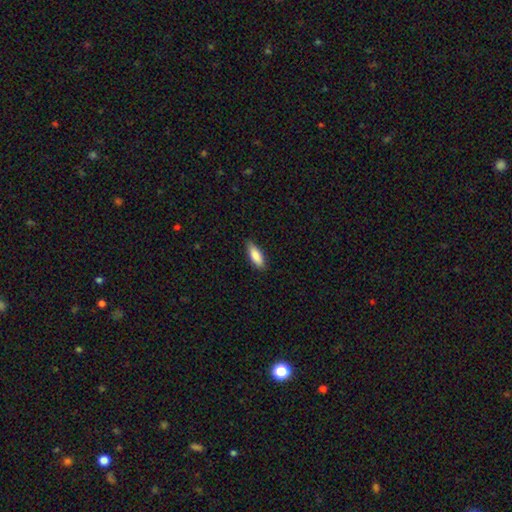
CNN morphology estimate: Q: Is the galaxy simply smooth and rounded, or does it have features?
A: smooth — 87%.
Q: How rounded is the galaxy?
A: in between — 66%.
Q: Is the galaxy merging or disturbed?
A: none — 84%.